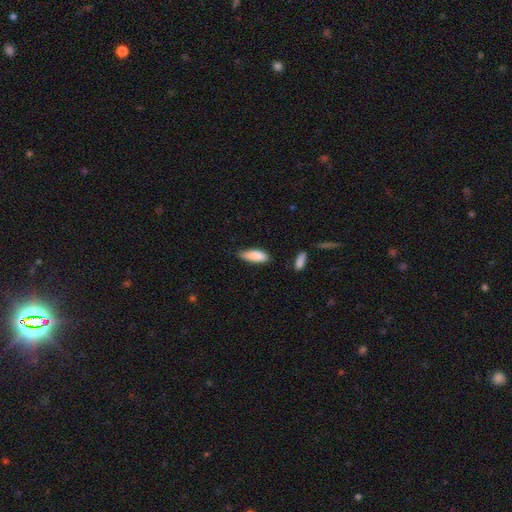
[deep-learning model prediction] Smooth or featured: smooth — 87% (featured or disk — 6%)
How rounded: in between — 69% (cigar-shaped — 29%)
Merging: none — 63% (minor disturbance — 29%)